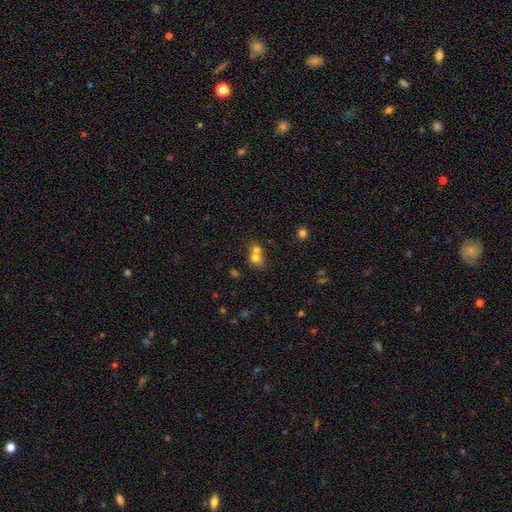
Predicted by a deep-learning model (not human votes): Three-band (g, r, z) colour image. It shows a smooth galaxy with no disk features (71%) that is round (69%). Merging: merger (65%).